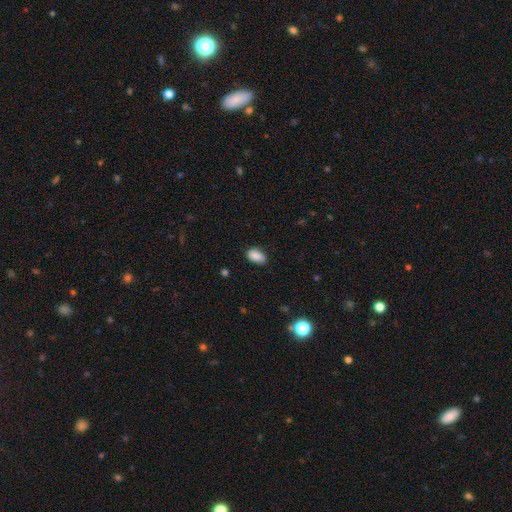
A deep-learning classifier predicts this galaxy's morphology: A smooth galaxy with no disk features (87%) that is in between round and cigar-shaped (90%). Merging: none (78%).